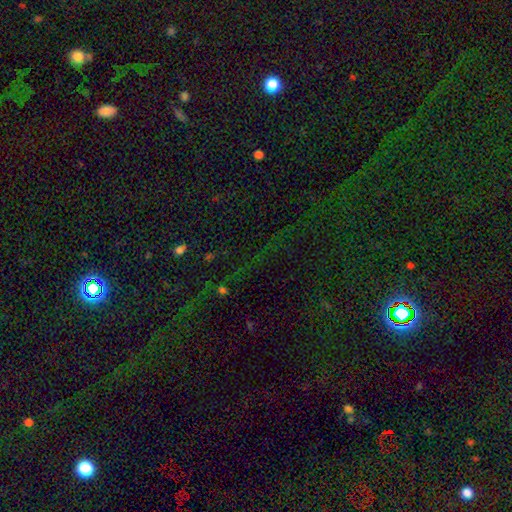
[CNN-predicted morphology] Smooth or featured: star or artifact — 74% (smooth — 16%)